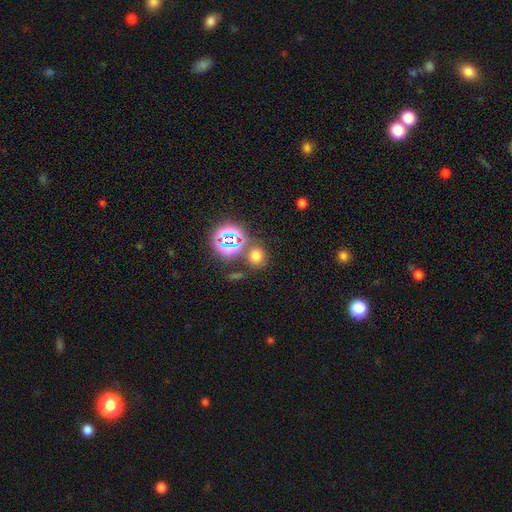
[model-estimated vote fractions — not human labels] The model was most divided on "smooth or featured": smooth: 64%, star or artifact: 29%, featured or disk: 7%. More confident: how rounded — round (78%); merging — none (76%).